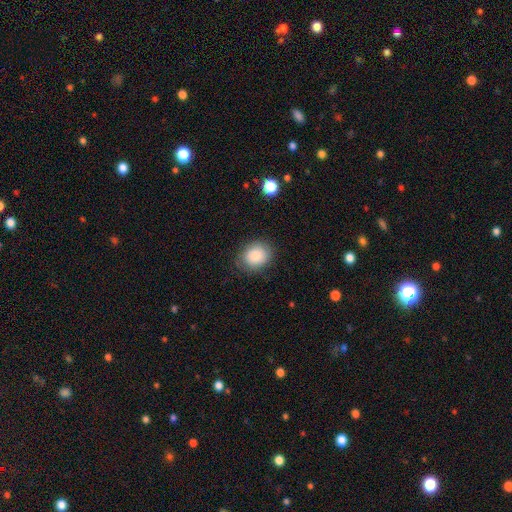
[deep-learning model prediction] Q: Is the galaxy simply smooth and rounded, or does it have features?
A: smooth — 85%.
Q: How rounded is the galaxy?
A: round — 59%.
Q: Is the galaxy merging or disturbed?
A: none — 81%.